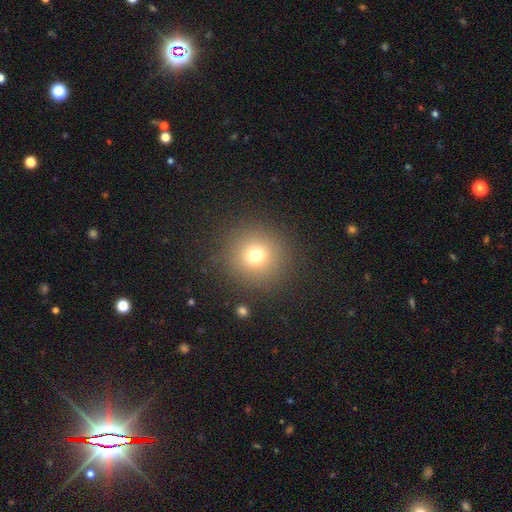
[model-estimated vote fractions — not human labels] Q: Smooth or featured?
A: smooth (72%); runner-up: star or artifact (17%)
Q: How rounded?
A: round (94%); runner-up: in between (5%)
Q: Merging?
A: none (88%); runner-up: minor disturbance (6%)